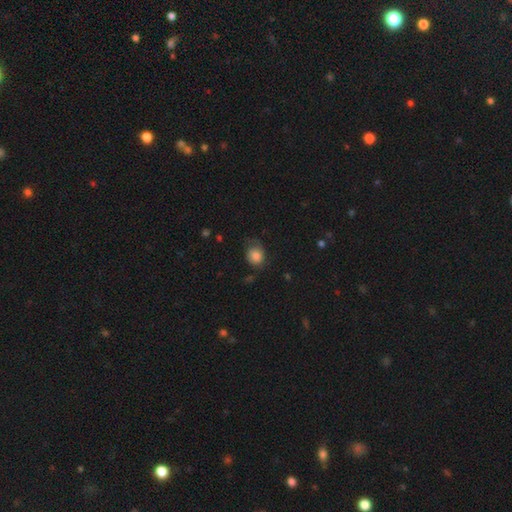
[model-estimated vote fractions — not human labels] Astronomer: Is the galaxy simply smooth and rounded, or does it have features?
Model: smooth — 73%.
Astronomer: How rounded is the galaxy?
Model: round — 63%.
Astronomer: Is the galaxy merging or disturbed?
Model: none — 51% (runner-up: minor disturbance, 30%).